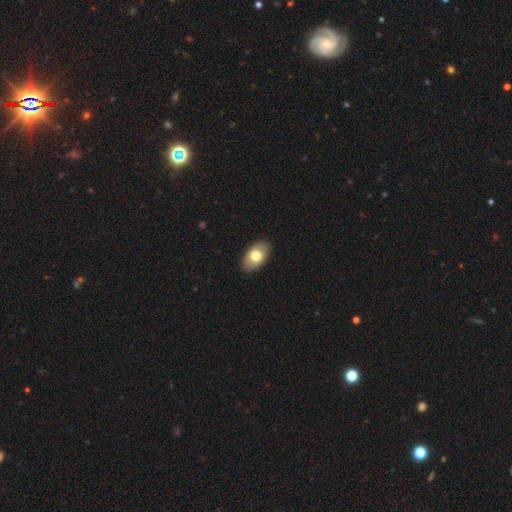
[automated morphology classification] smooth 76%, featured or disk 17%, star or artifact 7%. Down the decision tree: how rounded — in between (93%); merging — none (89%).